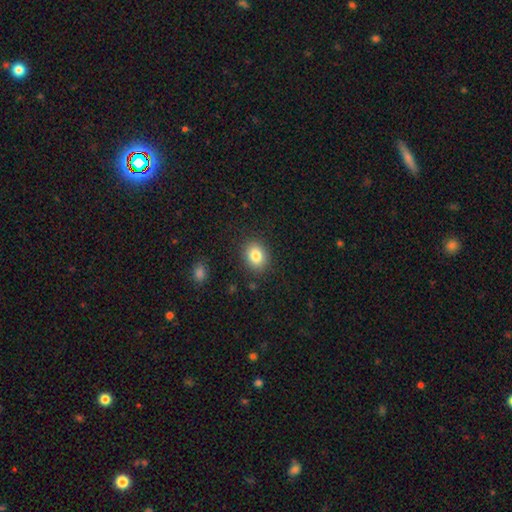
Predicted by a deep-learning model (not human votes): Q: Smooth or featured?
A: smooth (83%); runner-up: star or artifact (9%)
Q: How rounded?
A: round (51%); runner-up: in between (48%)
Q: Merging?
A: none (87%); runner-up: minor disturbance (9%)